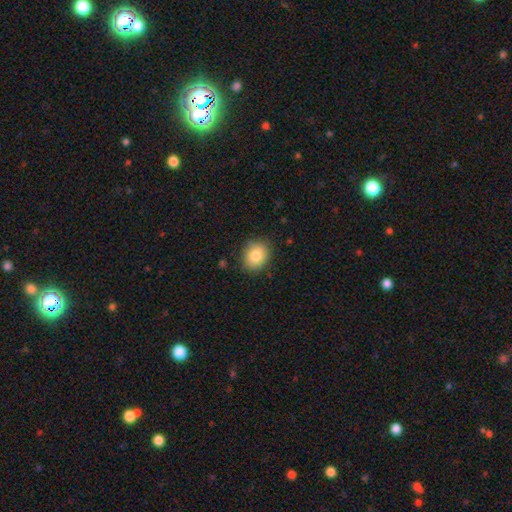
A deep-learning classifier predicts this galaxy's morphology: type=smooth (82%); roundness=round (68%); merging=none (86%).